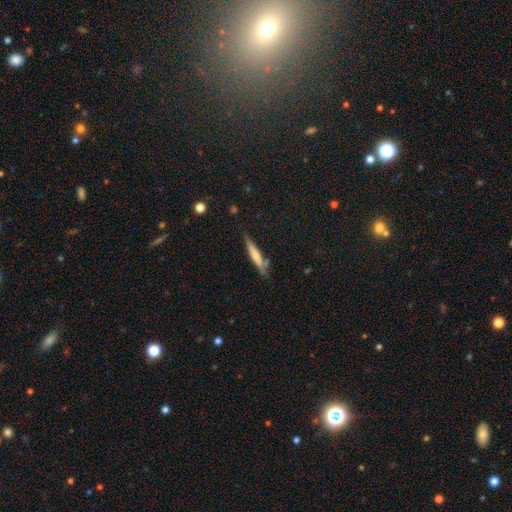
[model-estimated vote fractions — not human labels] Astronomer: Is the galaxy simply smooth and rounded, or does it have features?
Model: smooth — 58% (runner-up: featured or disk, 35%).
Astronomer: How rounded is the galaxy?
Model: cigar-shaped — 91%.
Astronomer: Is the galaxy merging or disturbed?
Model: none — 73%.